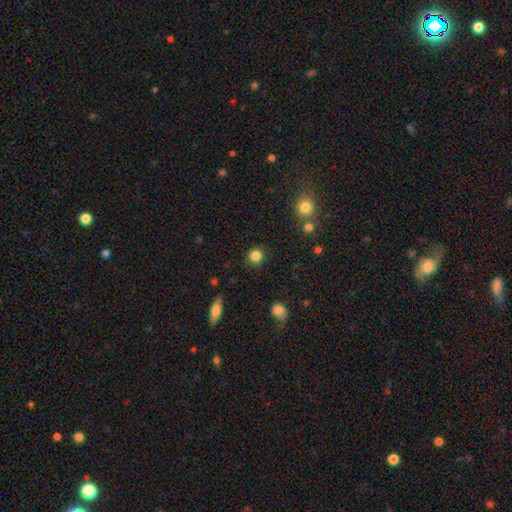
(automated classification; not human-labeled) The model was most divided on "smooth or featured": smooth: 85%, star or artifact: 11%, featured or disk: 4%. More confident: how rounded — round (91%); merging — none (89%).